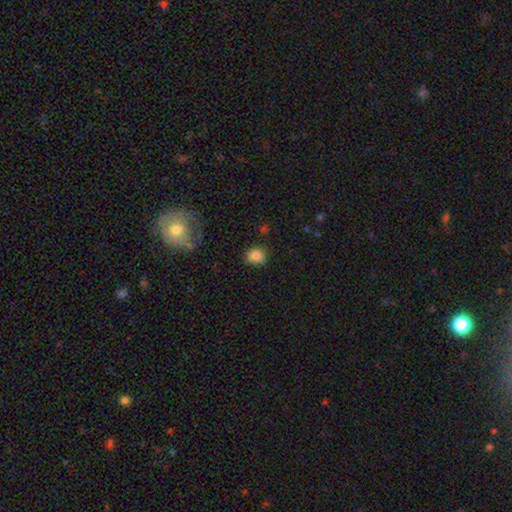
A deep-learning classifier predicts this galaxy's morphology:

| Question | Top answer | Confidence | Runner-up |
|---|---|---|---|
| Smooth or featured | smooth | 84% | star or artifact (10%) |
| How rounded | round | 74% | in between (25%) |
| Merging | none | 79% | minor disturbance (15%) |